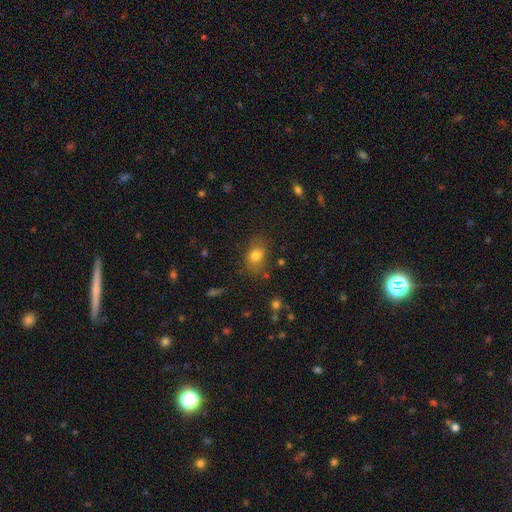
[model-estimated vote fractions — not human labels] This appears to be a smooth galaxy with no disk features (77%) that is in between round and cigar-shaped (67%). Merging: none (73%).